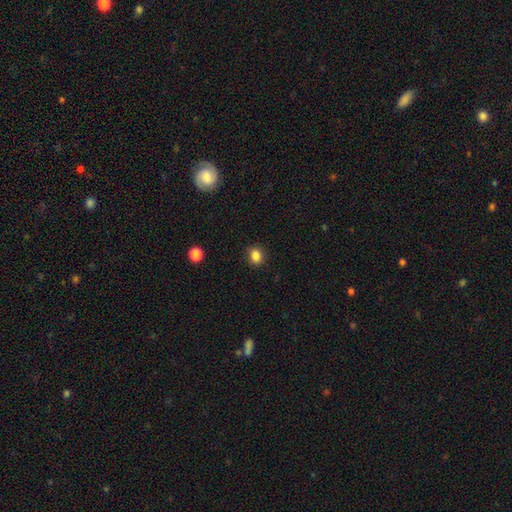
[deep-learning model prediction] A smooth galaxy with no disk features (85%) that is round (57%).

Vote fractions:
- Smooth or featured? smooth: 85% / star or artifact: 11% / featured or disk: 4%
- How rounded? round: 57% / in between: 42% / cigar-shaped: 1%
- Merging? none: 87% / minor disturbance: 9% / major disturbance: 2% / merger: 1%